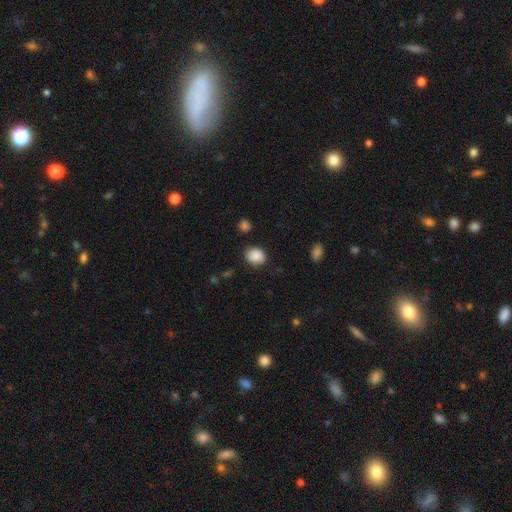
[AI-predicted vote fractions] smooth 88%, star or artifact 8%, featured or disk 4%. Down the decision tree: how rounded — round (58%); merging — none (81%).